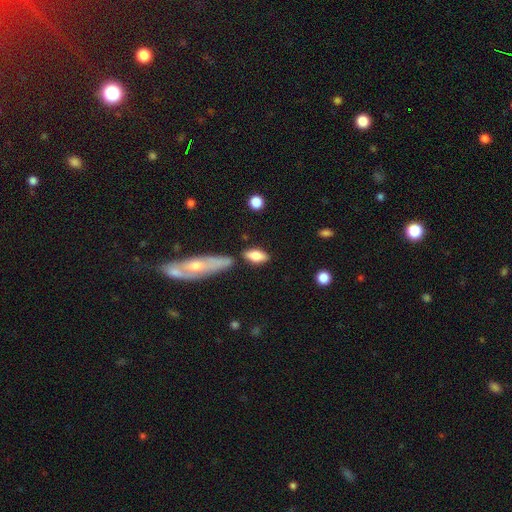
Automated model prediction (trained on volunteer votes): A smooth galaxy with no disk features (72%) that is in between round and cigar-shaped (78%). Merging: none (74%).